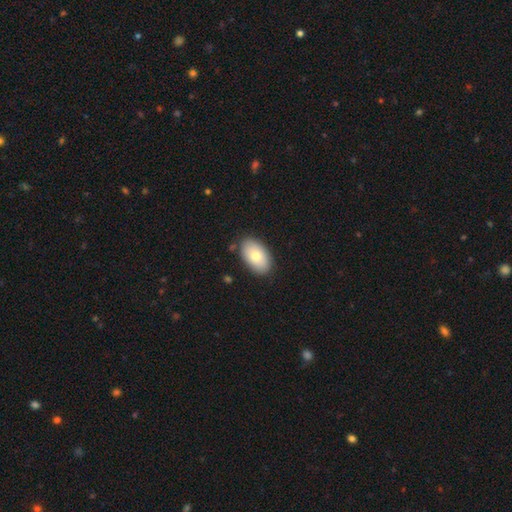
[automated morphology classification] A smooth galaxy with no disk features (74%) that is in between round and cigar-shaped (93%). Merging: none (85%).